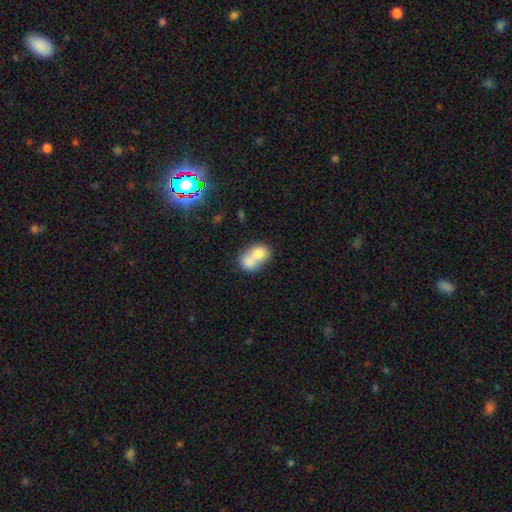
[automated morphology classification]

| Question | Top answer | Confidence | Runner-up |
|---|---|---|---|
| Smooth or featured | smooth | 71% | featured or disk (20%) |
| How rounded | in between | 58% | round (40%) |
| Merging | merger | 74% | none (17%) |